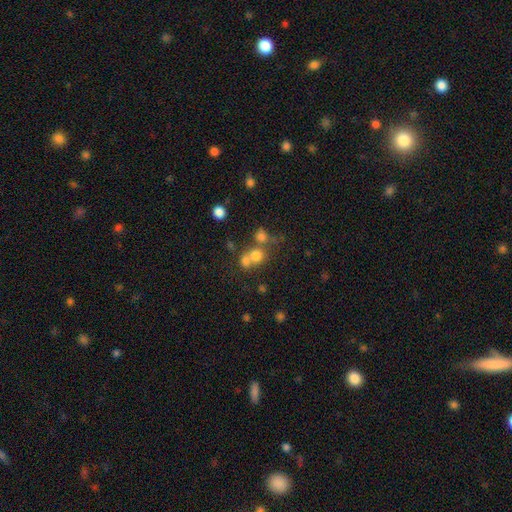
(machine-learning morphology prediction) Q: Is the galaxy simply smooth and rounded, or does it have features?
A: smooth — 70%.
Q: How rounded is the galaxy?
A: round — 80%.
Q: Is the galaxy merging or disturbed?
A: merger — 49%.